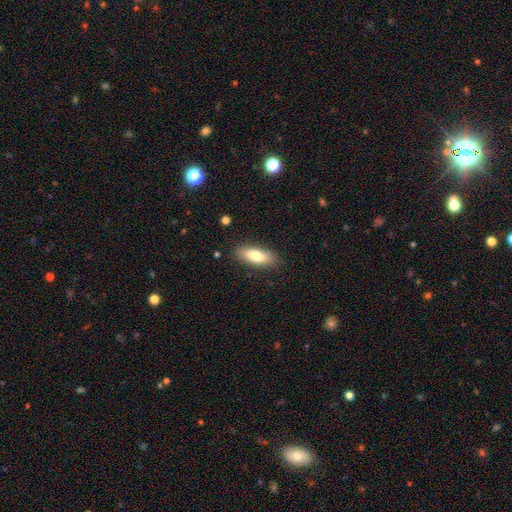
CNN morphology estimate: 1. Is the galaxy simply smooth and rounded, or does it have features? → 78% smooth, 15% featured or disk, 6% star or artifact.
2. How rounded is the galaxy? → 71% in between, 26% cigar-shaped, 2% round.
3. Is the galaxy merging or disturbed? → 85% none, 11% minor disturbance, 3% major disturbance, 1% merger.